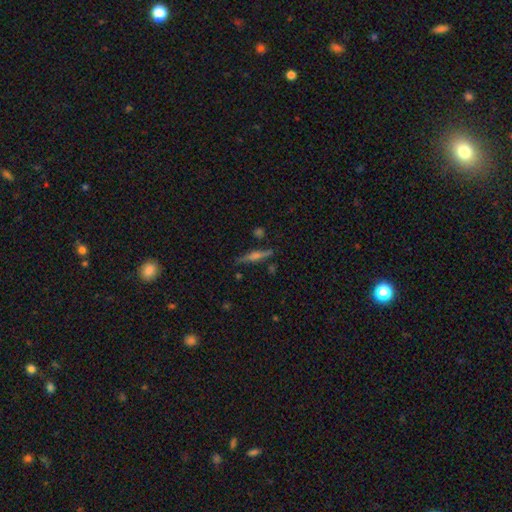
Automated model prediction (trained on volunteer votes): A featured or disk galaxy (48%). Merging: none (79%).